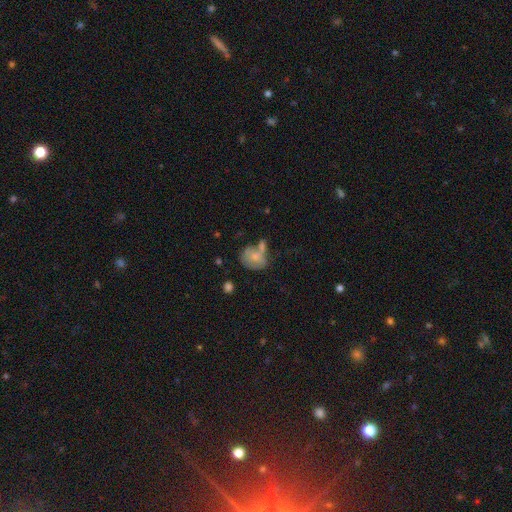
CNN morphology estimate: A smooth galaxy with no disk features (66%) that is in between round and cigar-shaped (52%). Merging: none (33%).